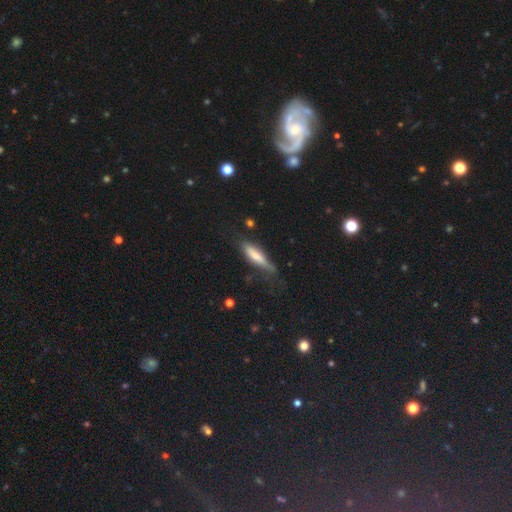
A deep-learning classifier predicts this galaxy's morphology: Smooth or featured? Predicted: smooth (p=0.63). How rounded? Predicted: cigar-shaped (p=0.71). Merging? Predicted: none (p=0.55).